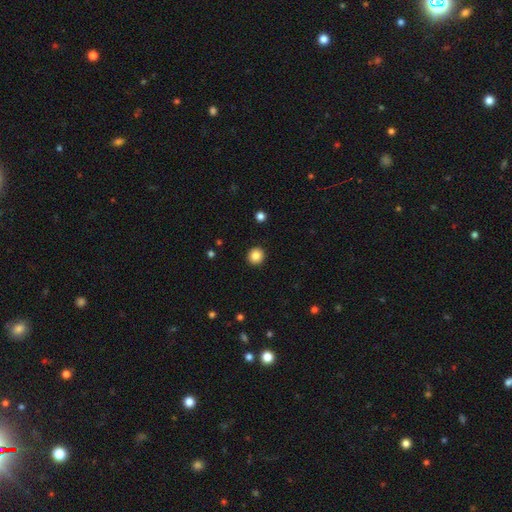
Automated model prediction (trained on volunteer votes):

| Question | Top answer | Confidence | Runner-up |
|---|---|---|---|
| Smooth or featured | smooth | 86% | star or artifact (10%) |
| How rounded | round | 92% | in between (7%) |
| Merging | none | 93% | minor disturbance (5%) |